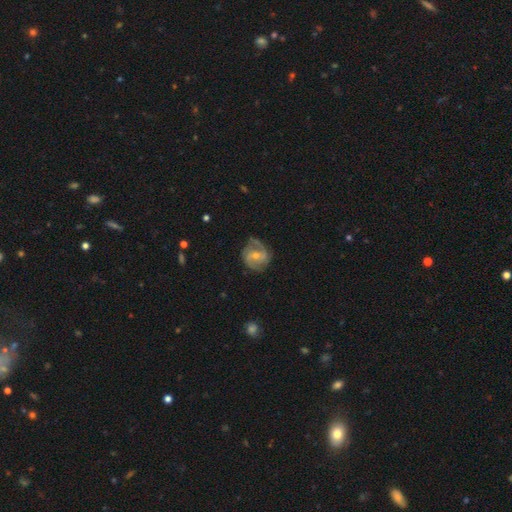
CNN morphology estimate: This is likely a featured or disk galaxy (78%). It is clearly not viewed edge-on (97%). Bar: possibly weak (45%). Spiral arm pattern: clearly yes (93%). Spiral arm count: likely 2 (67%). Spiral winding: possibly medium (45%). Central bulge: possibly small (52%). Merging: likely none (72%).